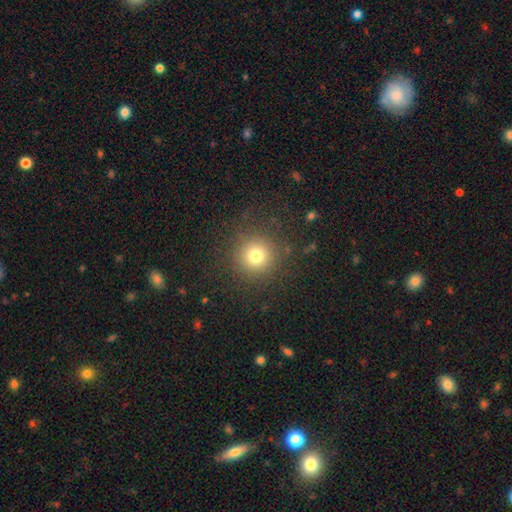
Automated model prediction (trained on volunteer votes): Smooth or featured: smooth — 75% (star or artifact — 16%)
How rounded: round — 95% (in between — 4%)
Merging: none — 86% (minor disturbance — 8%)